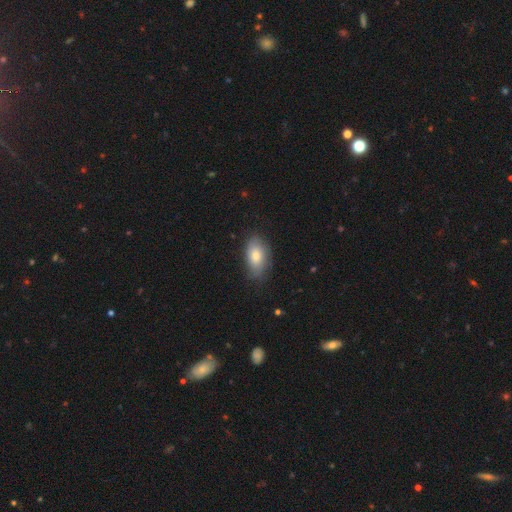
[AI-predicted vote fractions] smooth-or-featured: smooth: 73% | featured or disk: 20% | star or artifact: 7%
  how-rounded: in between: 91% | round: 6% | cigar-shaped: 3%
  merging: none: 73% | minor disturbance: 22% | major disturbance: 4% | merger: 1%